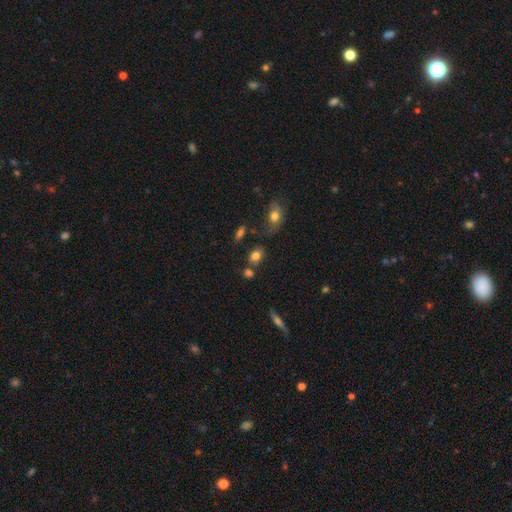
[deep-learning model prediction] smooth_or_featured: smooth (p=0.79) [alt: star or artifact p=0.11]
how_rounded: in between (p=0.66) [alt: round p=0.32]
merging: none (p=0.62) [alt: merger p=0.18]